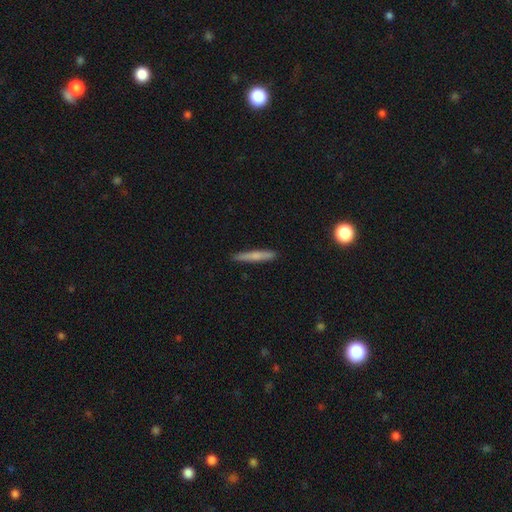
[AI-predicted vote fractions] Smooth or featured?
  - smooth: 65% *
  - featured or disk: 29%
  - star or artifact: 6%
How rounded?
  - cigar-shaped: 94% *
  - in between: 4%
  - round: 2%
Merging?
  - none: 87% *
  - minor disturbance: 10%
  - major disturbance: 2%
  - merger: 1%